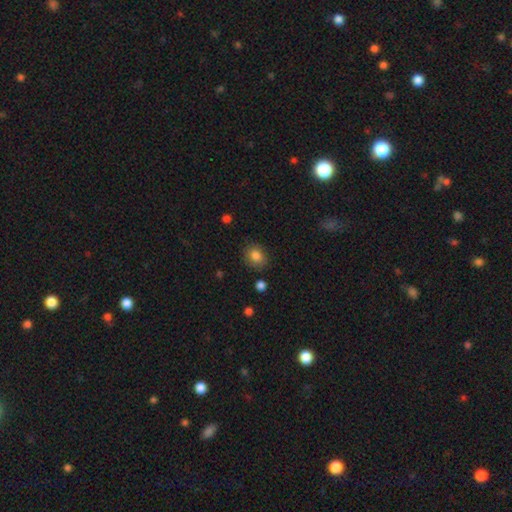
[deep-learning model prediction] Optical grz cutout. It shows a smooth galaxy with no disk features (83%) that is round (59%). Merging: none (82%).